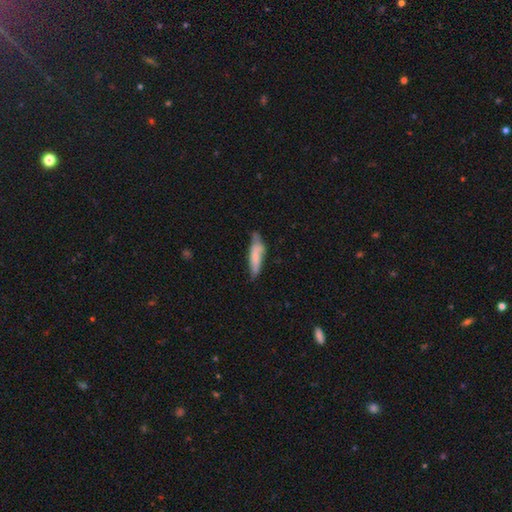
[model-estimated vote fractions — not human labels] Overall: smooth (67%). How rounded: cigar-shaped (67%; in between 31%). Merging: none (49%; minor disturbance 35%).